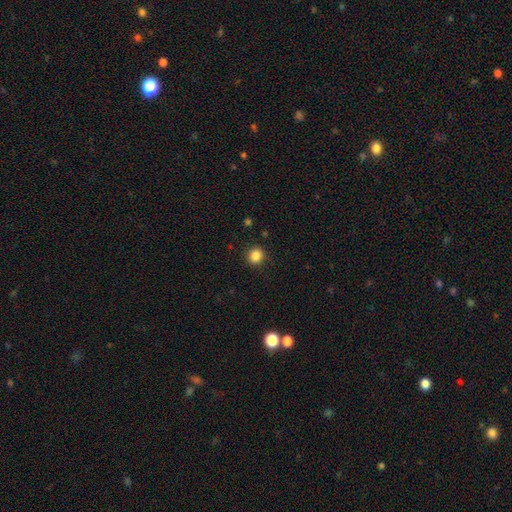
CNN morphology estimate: A smooth galaxy with no disk features (86%) that is round (85%). Merging: none (91%).